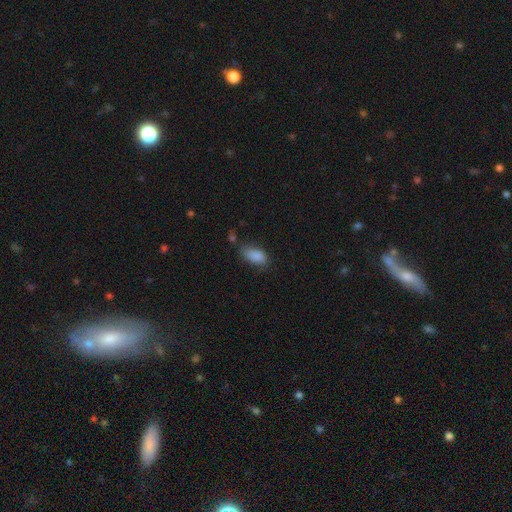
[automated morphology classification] This is clearly a smooth galaxy (86%). How rounded: clearly in between (91%). Merging: possibly none (58%).